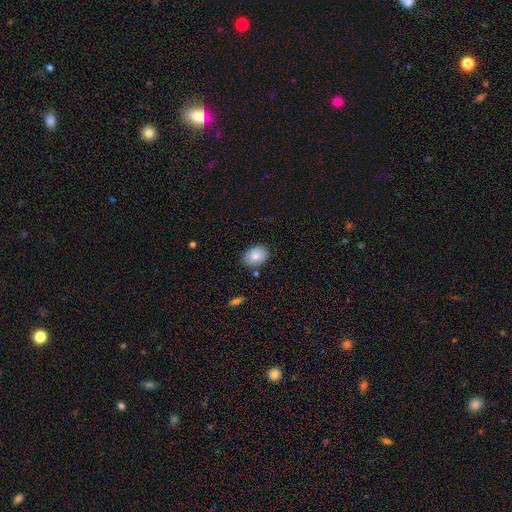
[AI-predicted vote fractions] A smooth galaxy with no disk features (82%) that is in between round and cigar-shaped (76%). Merging: none (82%).